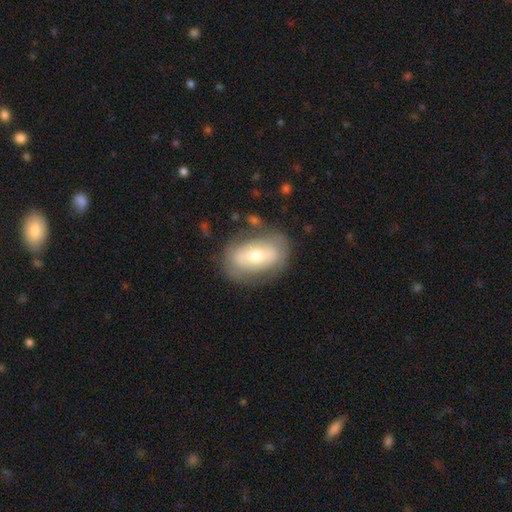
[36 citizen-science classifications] smooth_or_featured: featured or disk (p=0.64) [alt: smooth p=0.36]
disk_edge_on: no (p=0.78) [alt: yes p=0.22]
bar: no (p=0.72) [alt: weak p=0.17]
has_spiral_arms: no (p=0.72) [alt: yes p=0.28]
bulge_size: moderate (p=0.78) [alt: small p=0.22]
merging: none (p=0.72) [alt: minor disturbance p=0.19]